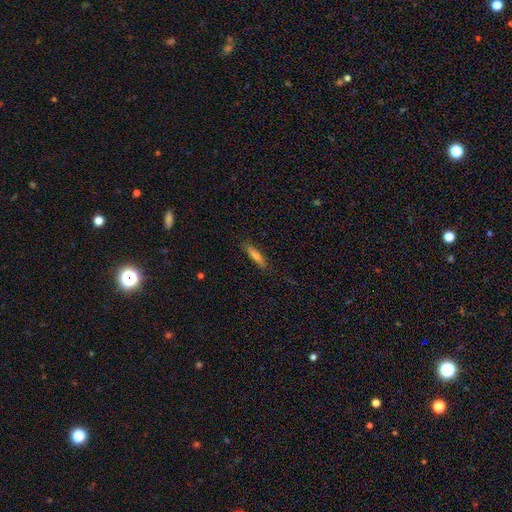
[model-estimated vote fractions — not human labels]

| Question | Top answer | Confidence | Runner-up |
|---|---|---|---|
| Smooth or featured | smooth | 63% | featured or disk (28%) |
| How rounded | cigar-shaped | 85% | in between (13%) |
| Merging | none | 84% | minor disturbance (12%) |